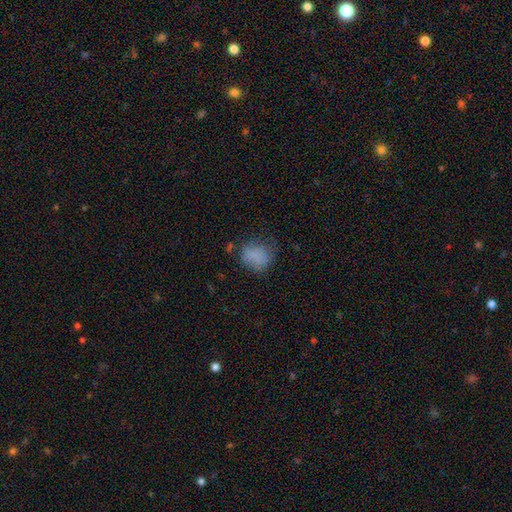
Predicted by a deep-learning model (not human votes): Overall: smooth (77%). How rounded: round (64%; in between 35%). Merging: none (55%; minor disturbance 27%).